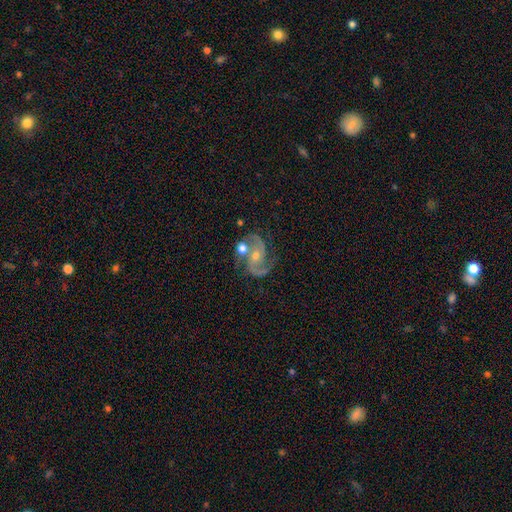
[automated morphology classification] Smooth or featured? featured or disk (90%)
Edge-on disk? no (98%)
Bar? no (54%)
Spiral arms? yes (98%)
Spiral winding? medium (61%)
Spiral arm count? 2 (89%)
Bulge size? moderate (51%)
Merging? none (60%)